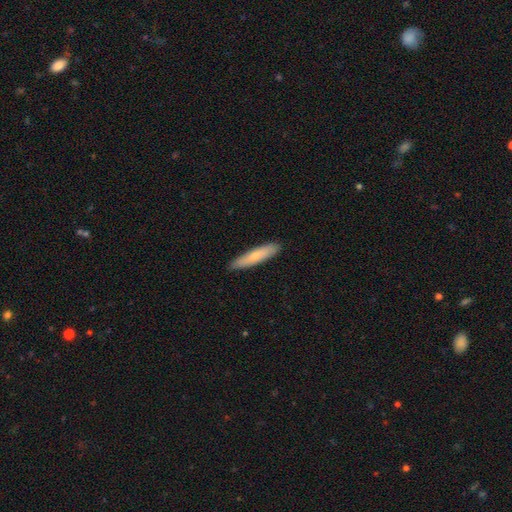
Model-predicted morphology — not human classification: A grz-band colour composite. It shows a smooth galaxy with no disk features (67%) that is cigar-shaped (86%). Merging: none (89%).